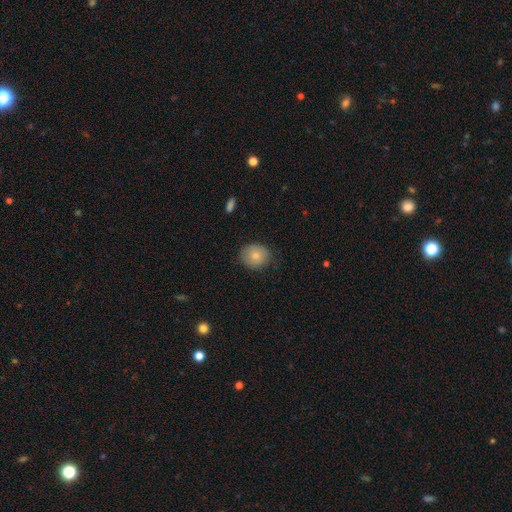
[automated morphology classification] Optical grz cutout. It shows a smooth galaxy with no disk features (79%) that is round (74%). Merging: none (78%).